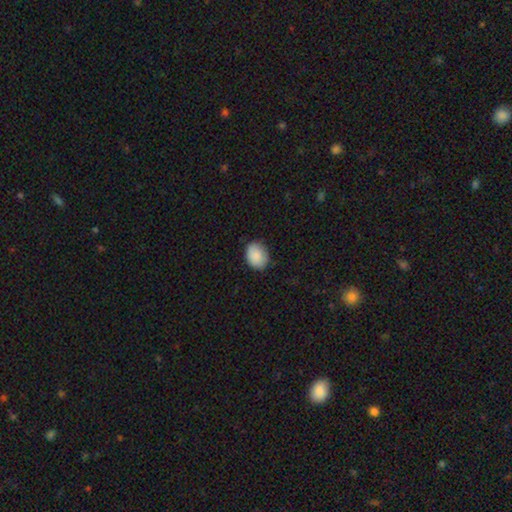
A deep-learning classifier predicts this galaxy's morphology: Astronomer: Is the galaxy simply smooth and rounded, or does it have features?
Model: smooth — 88%.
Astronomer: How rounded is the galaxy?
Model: in between — 59% (runner-up: round, 40%).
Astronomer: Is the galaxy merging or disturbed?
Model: none — 80%.